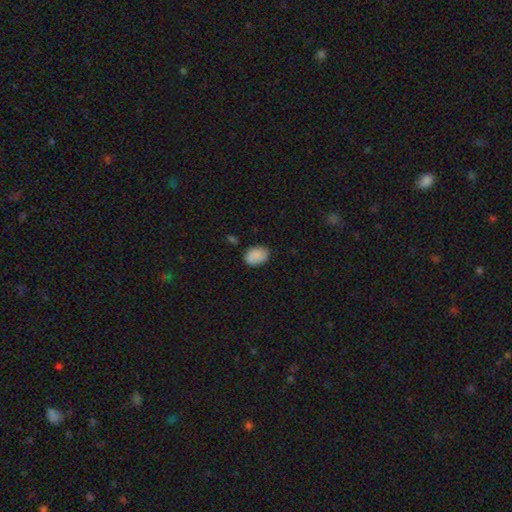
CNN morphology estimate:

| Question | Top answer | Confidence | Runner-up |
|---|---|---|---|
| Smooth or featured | smooth | 87% | star or artifact (8%) |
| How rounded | in between | 77% | round (22%) |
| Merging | none | 77% | minor disturbance (17%) |